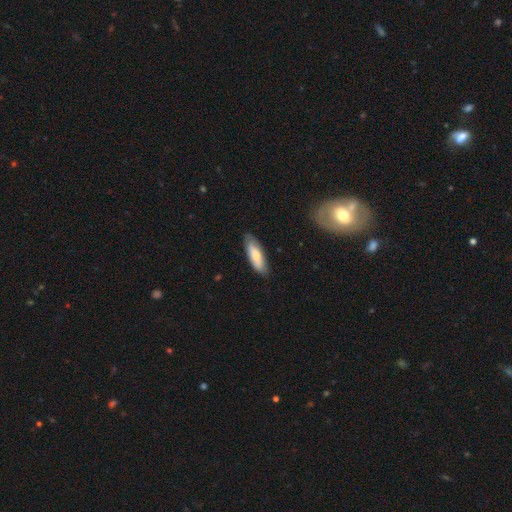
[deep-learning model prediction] A smooth galaxy with no disk features (77%) that is in between round and cigar-shaped (53%).

Vote fractions:
- Smooth or featured? smooth: 77% / featured or disk: 17% / star or artifact: 5%
- How rounded? in between: 53% / cigar-shaped: 45% / round: 2%
- Merging? none: 80% / minor disturbance: 16% / major disturbance: 3% / merger: 1%